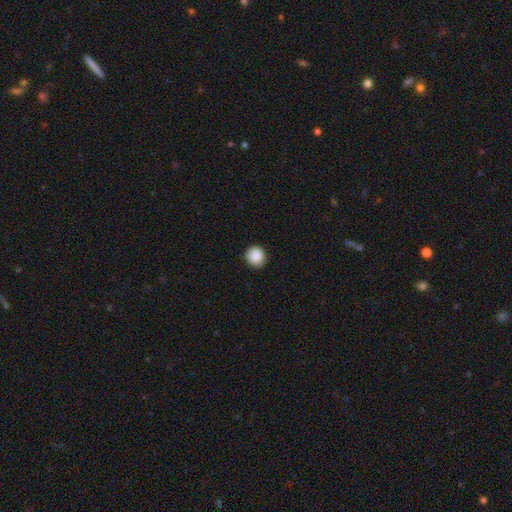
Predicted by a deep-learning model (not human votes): smooth 89%, star or artifact 8%, featured or disk 3%. Down the decision tree: how rounded — round (93%); merging — none (91%).